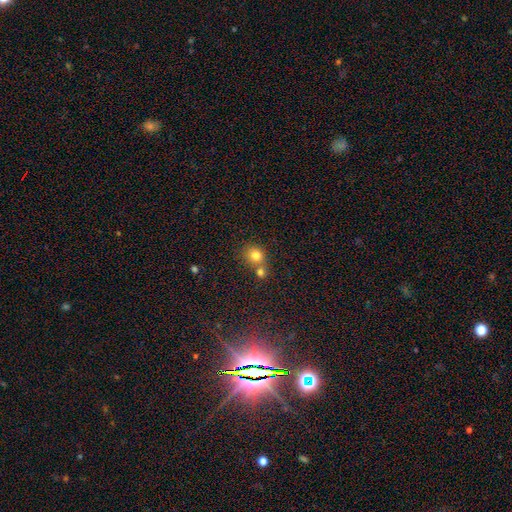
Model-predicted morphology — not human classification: This is likely a smooth galaxy (80%). How rounded: clearly round (82%). Merging: possibly none (48%).